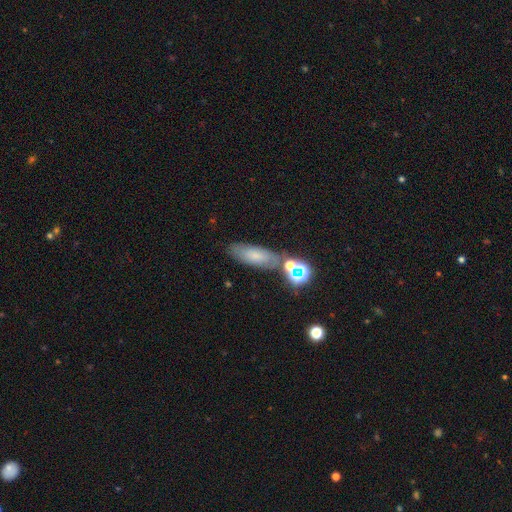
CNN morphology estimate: The model was most divided on "how rounded": in between: 60%, cigar-shaped: 34%, round: 6%. More confident: merging — none (71%); smooth or featured — smooth (61%).